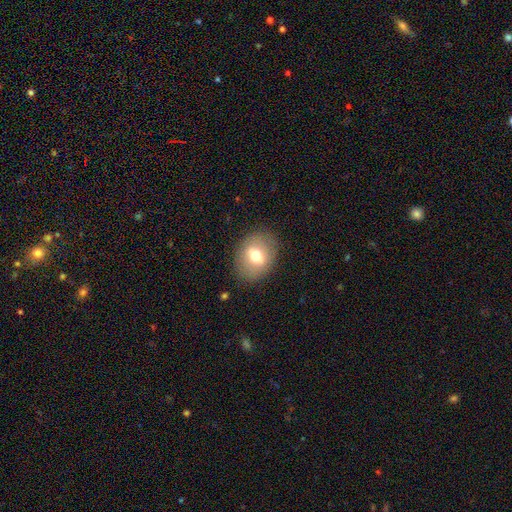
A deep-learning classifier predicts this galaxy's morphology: This is likely a smooth galaxy (65%). How rounded: likely in between (62%). Merging: clearly none (84%).